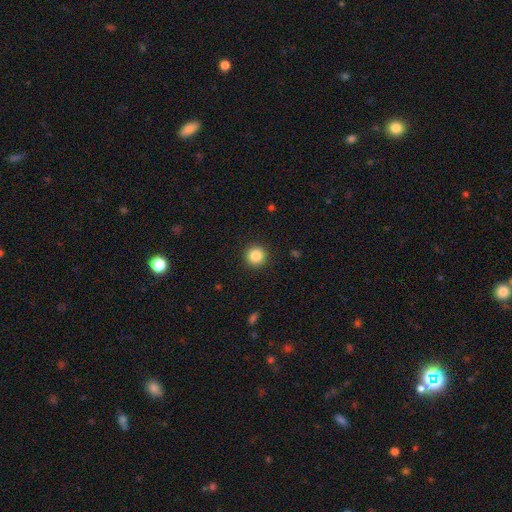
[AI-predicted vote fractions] smooth_or_featured: smooth (p=0.85) [alt: star or artifact p=0.10]
how_rounded: round (p=0.95) [alt: in between p=0.04]
merging: none (p=0.92) [alt: minor disturbance p=0.05]